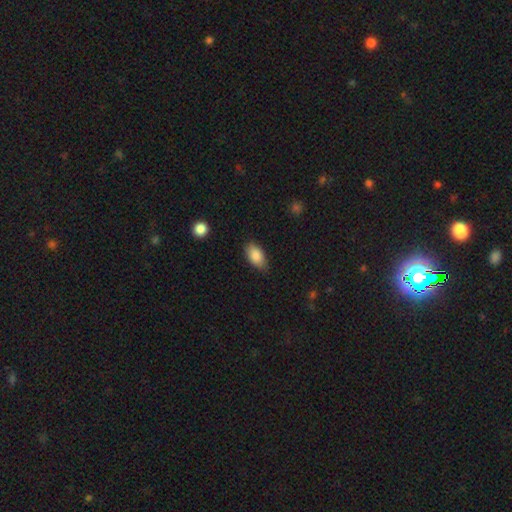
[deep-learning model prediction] Q: Smooth or featured?
A: smooth (86%); runner-up: featured or disk (7%)
Q: How rounded?
A: in between (92%); runner-up: round (5%)
Q: Merging?
A: none (80%); runner-up: minor disturbance (16%)